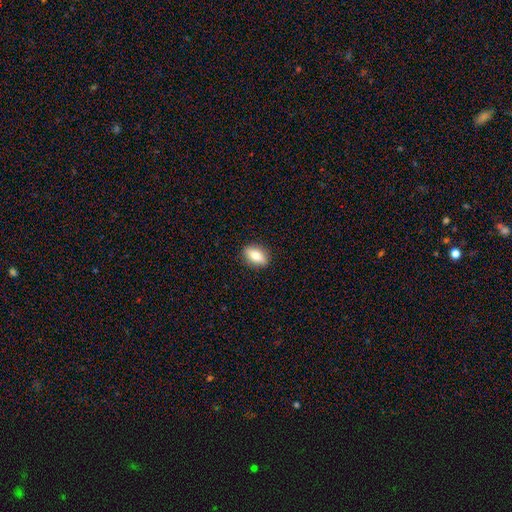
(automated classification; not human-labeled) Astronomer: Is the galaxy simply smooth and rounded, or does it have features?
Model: smooth — 79%.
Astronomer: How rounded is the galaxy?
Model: in between — 84%.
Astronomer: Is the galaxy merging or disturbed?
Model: none — 88%.